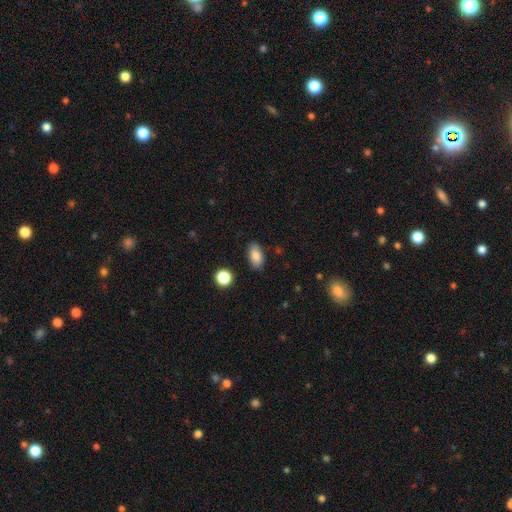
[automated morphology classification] Smooth or featured? Predicted: smooth (p=0.84). How rounded? Predicted: in between (p=0.91). Merging? Predicted: none (p=0.86).